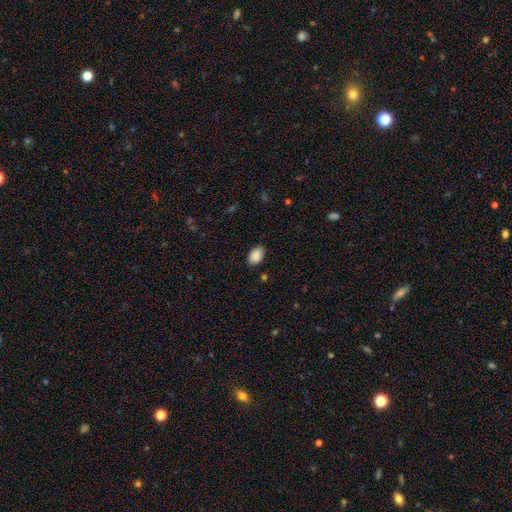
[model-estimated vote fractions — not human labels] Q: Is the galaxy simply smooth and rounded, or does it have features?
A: smooth — 89%.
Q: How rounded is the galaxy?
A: in between — 88%.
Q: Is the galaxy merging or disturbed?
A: none — 81%.